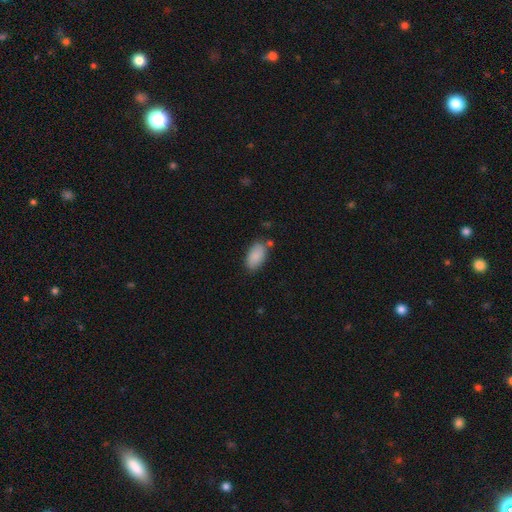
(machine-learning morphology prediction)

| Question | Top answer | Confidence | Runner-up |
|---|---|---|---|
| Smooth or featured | smooth | 87% | star or artifact (6%) |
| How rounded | in between | 94% | cigar-shaped (3%) |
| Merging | none | 76% | minor disturbance (15%) |